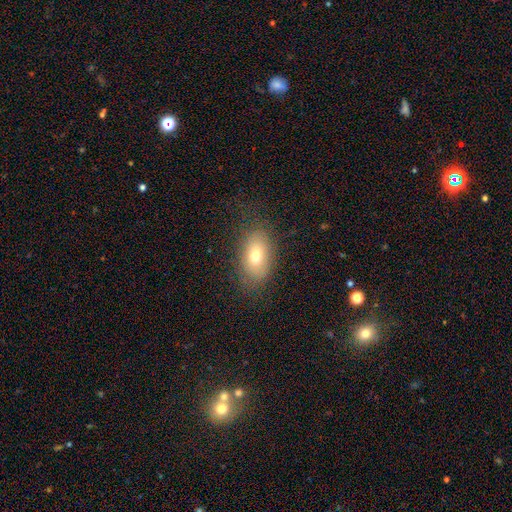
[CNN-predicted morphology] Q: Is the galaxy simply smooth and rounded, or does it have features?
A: smooth — 74%.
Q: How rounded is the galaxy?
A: in between — 88%.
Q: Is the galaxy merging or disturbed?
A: none — 80%.